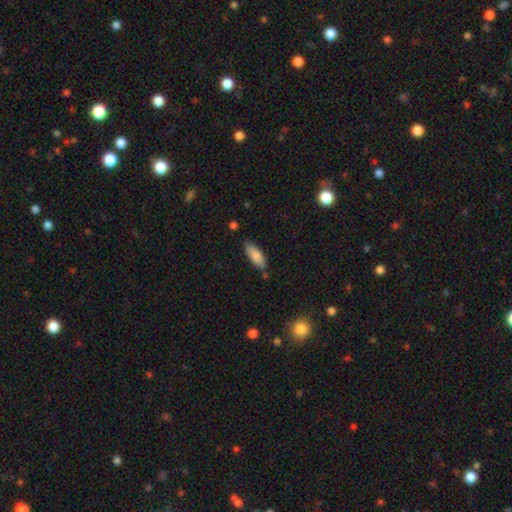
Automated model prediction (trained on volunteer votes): Overall: smooth (84%). How rounded: in between (66%; cigar-shaped 32%). Merging: none (78%).